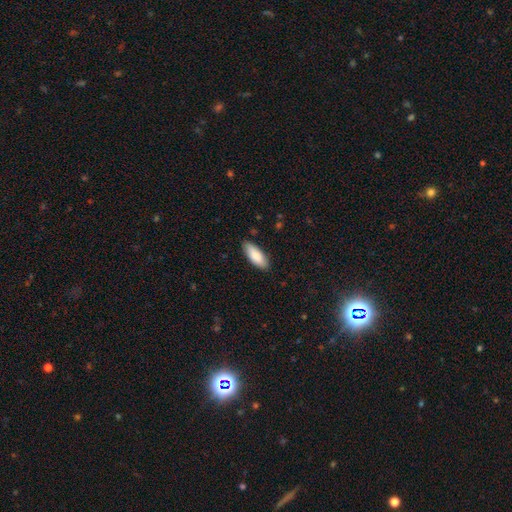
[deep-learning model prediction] smooth_or_featured: smooth (p=0.88) [alt: featured or disk p=0.07]
how_rounded: in between (p=0.77) [alt: cigar-shaped p=0.21]
merging: none (p=0.85) [alt: minor disturbance p=0.12]